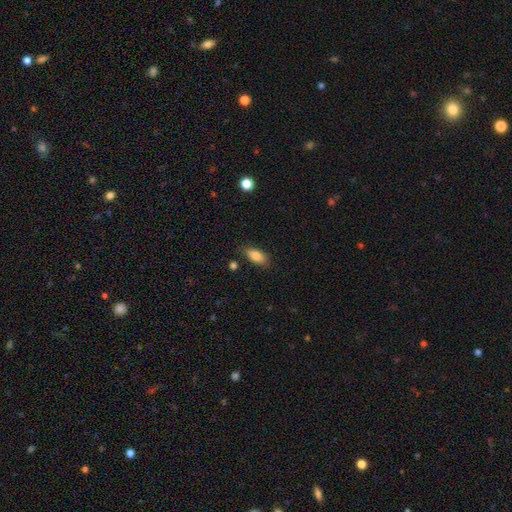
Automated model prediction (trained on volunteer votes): This is clearly a smooth galaxy (84%). How rounded: clearly in between (87%). Merging: clearly none (82%).